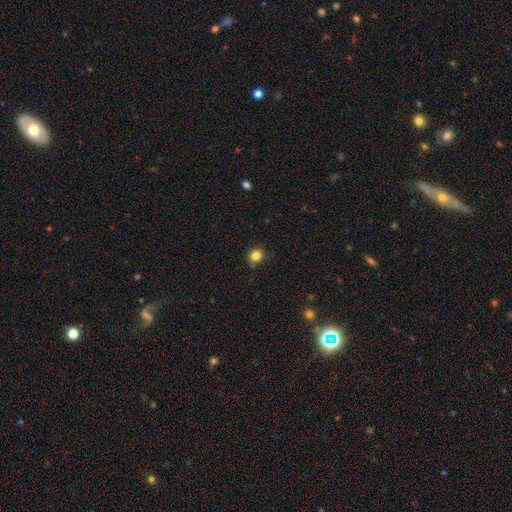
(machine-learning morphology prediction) Smooth or featured? smooth (82%)
How rounded? round (81%)
Merging? none (72%)